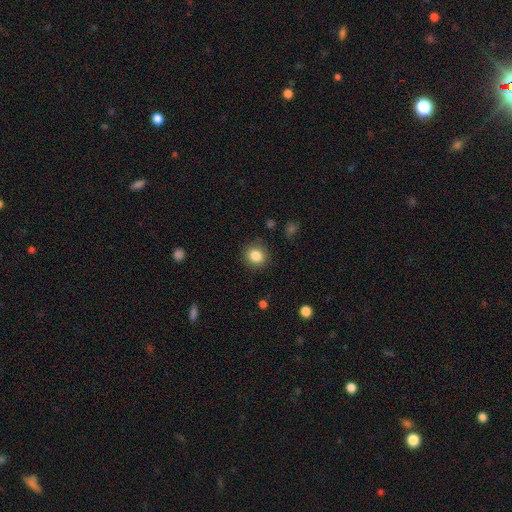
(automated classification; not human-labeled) smooth-or-featured: smooth: 84% | star or artifact: 10% | featured or disk: 6%
  how-rounded: round: 82% | in between: 17% | cigar-shaped: 1%
  merging: none: 85% | minor disturbance: 10% | major disturbance: 3% | merger: 1%